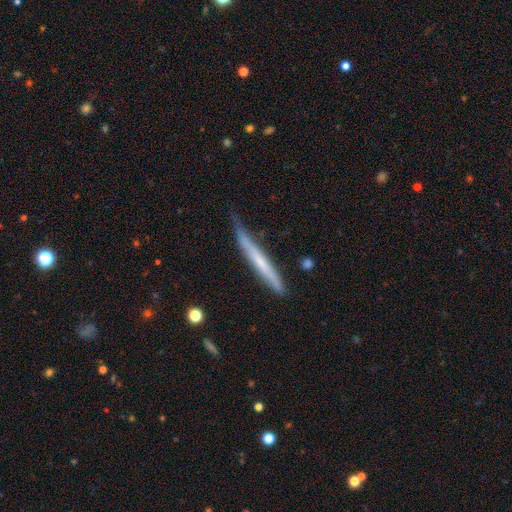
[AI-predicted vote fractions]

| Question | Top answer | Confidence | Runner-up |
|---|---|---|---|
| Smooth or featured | featured or disk | 50% | smooth (43%) |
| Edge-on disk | yes | 93% | no (7%) |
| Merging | none | 68% | minor disturbance (26%) |